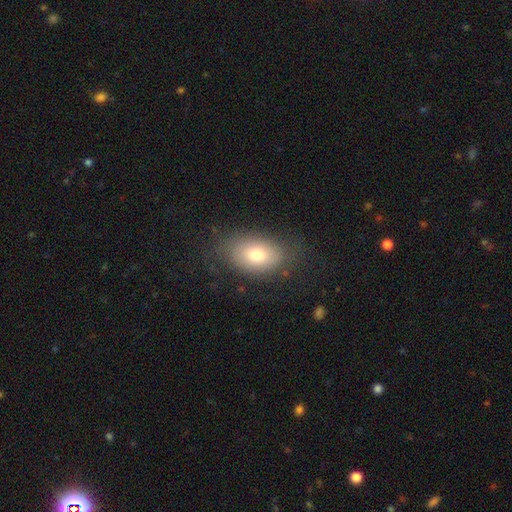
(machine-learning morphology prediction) type=smooth (70%); roundness=in between (87%); merging=none (79%).